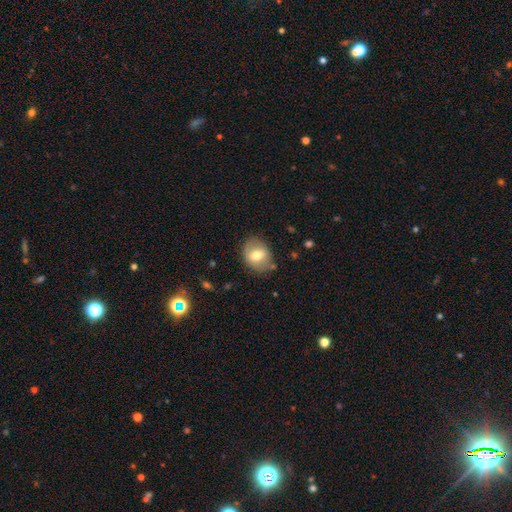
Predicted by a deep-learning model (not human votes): Smooth or featured?
  - smooth: 62% *
  - featured or disk: 30%
  - star or artifact: 8%
How rounded?
  - in between: 53% *
  - round: 46%
  - cigar-shaped: 1%
Merging?
  - none: 77% *
  - minor disturbance: 16%
  - major disturbance: 5%
  - merger: 2%